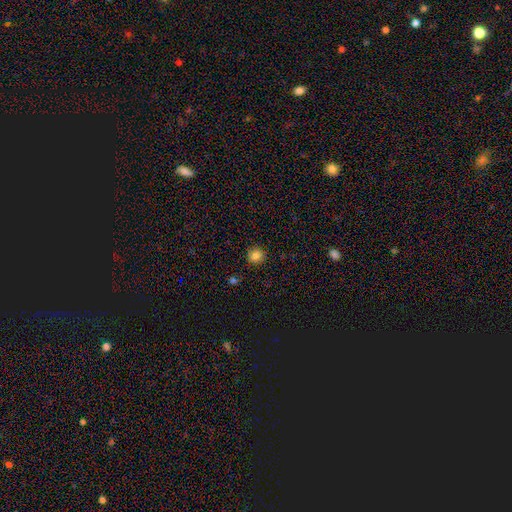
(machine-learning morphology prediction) Overall: smooth (83%). How rounded: round (87%). Merging: none (90%).